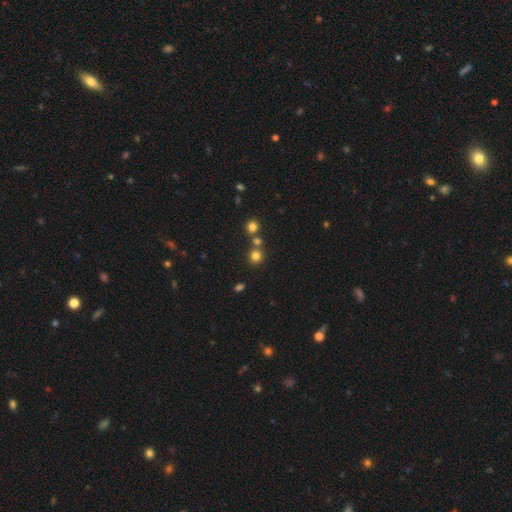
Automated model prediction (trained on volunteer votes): Smooth or featured? smooth (77%)
How rounded? round (91%)
Merging? none (68%)